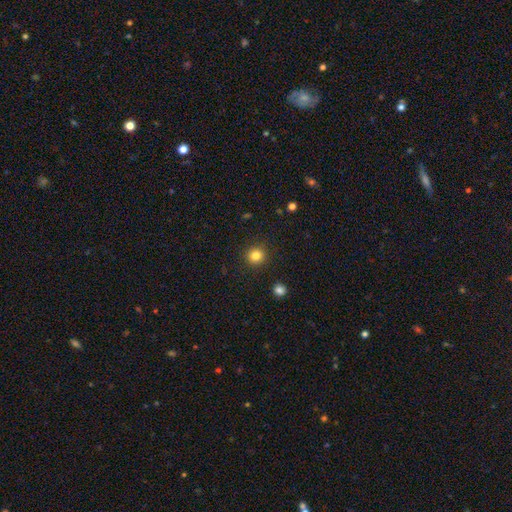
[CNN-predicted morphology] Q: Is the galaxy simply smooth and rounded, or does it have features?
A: smooth — 83%.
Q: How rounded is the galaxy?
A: round — 93%.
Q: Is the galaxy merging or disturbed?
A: none — 92%.